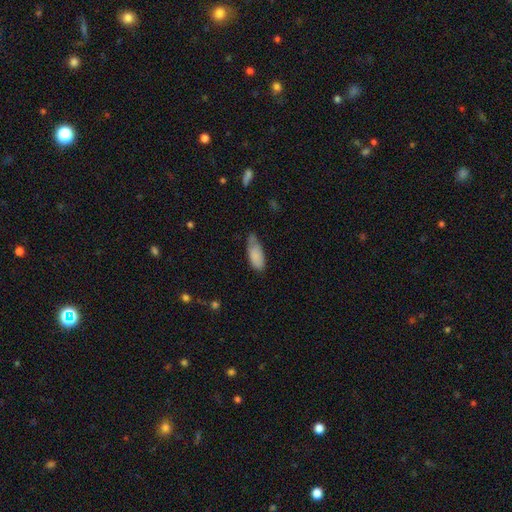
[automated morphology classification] A smooth galaxy with no disk features (83%) that is in between round and cigar-shaped (82%).

Vote fractions:
- Smooth or featured? smooth: 83% / featured or disk: 10% / star or artifact: 7%
- How rounded? in between: 82% / cigar-shaped: 16% / round: 2%
- Merging? minor disturbance: 44% / none: 41% / major disturbance: 12% / merger: 4%